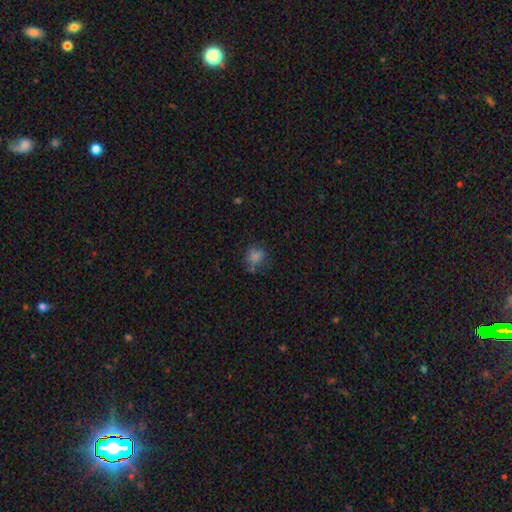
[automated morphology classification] Overall: smooth (72%). How rounded: round (66%; in between 33%). Merging: none (62%).